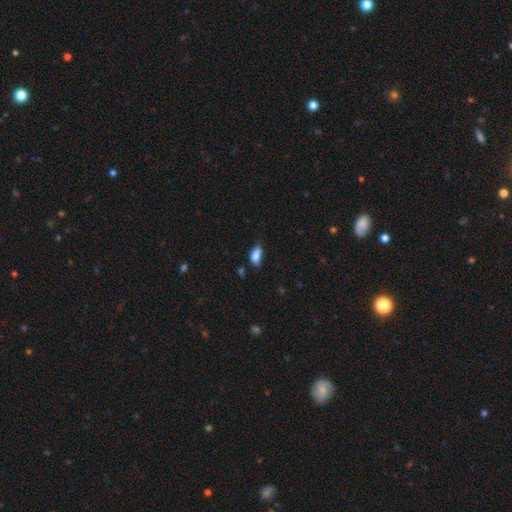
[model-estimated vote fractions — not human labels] The model was most divided on "merging": none: 44%, minor disturbance: 39%, major disturbance: 13%, merger: 4%. More confident: how rounded — in between (87%); smooth or featured — smooth (81%).